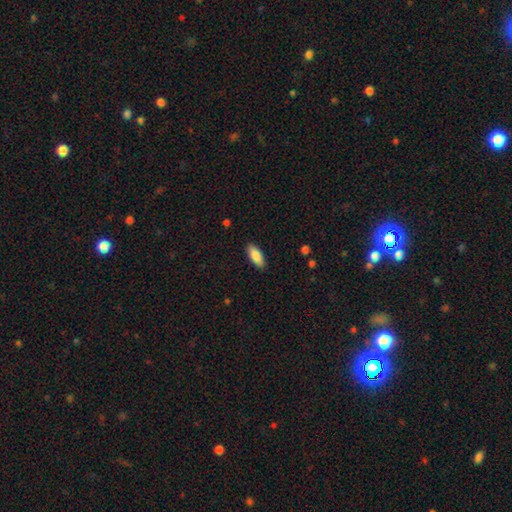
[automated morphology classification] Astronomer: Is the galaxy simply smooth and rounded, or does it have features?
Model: smooth — 87%.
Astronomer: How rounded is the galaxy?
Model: in between — 78%.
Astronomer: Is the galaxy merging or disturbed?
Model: none — 89%.